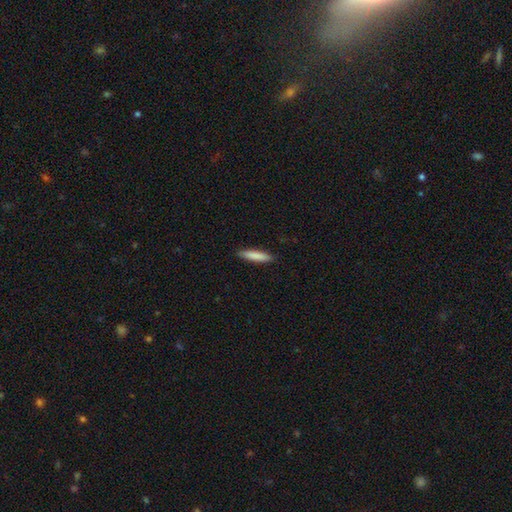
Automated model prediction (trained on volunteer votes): smooth_or_featured: smooth (p=0.84) [alt: featured or disk p=0.10]
how_rounded: cigar-shaped (p=0.85) [alt: in between p=0.13]
merging: none (p=0.90) [alt: minor disturbance p=0.07]